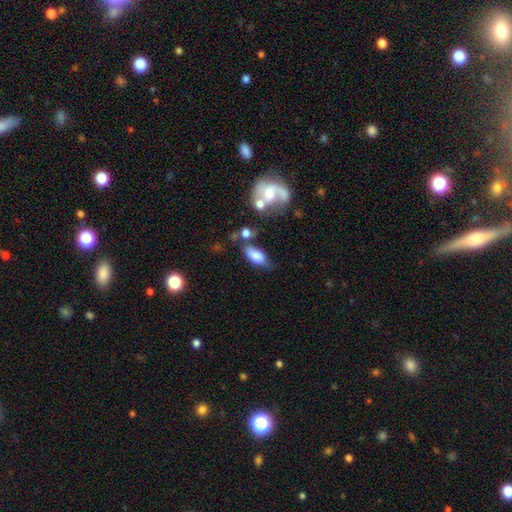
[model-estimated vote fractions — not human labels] This is likely a smooth galaxy (75%). How rounded: clearly in between (89%). Merging: possibly none (49%).